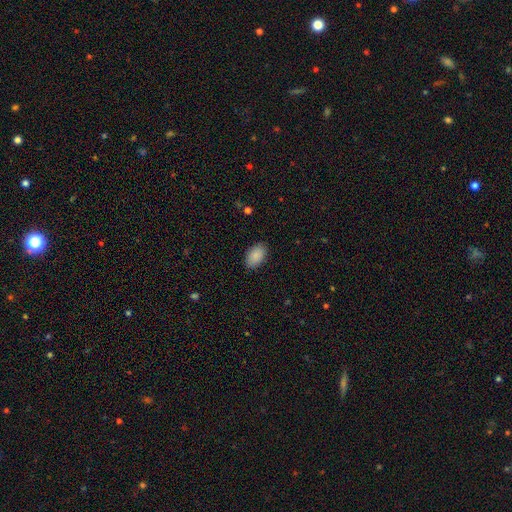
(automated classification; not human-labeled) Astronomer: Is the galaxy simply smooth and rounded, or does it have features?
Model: smooth — 89%.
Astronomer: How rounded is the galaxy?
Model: in between — 93%.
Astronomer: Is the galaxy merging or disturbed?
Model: none — 88%.